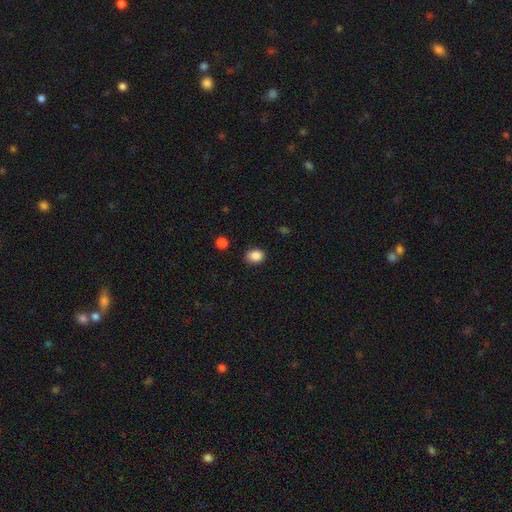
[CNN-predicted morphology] type=smooth (88%); roundness=in between (60%); merging=none (83%).